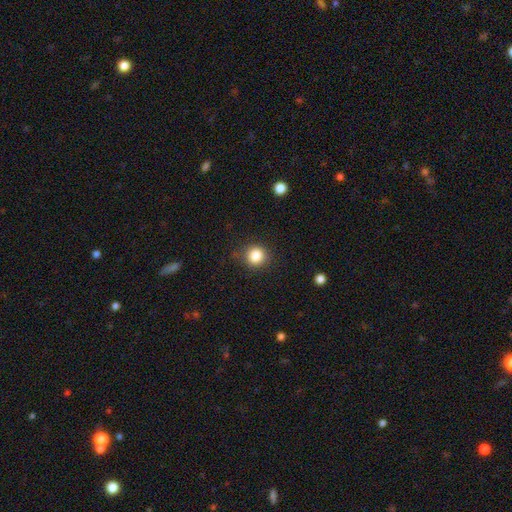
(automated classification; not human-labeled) Smooth or featured: smooth — 84% (star or artifact — 11%)
How rounded: round — 90% (in between — 10%)
Merging: none — 85% (minor disturbance — 10%)